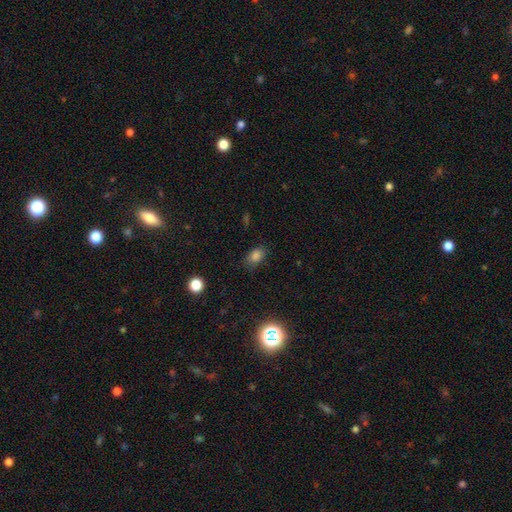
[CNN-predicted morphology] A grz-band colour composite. It shows a smooth galaxy with no disk features (81%) that is in between round and cigar-shaped (83%). Merging: none (78%).